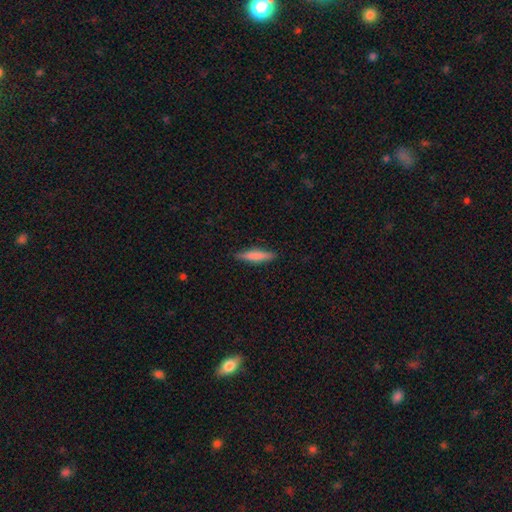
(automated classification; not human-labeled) Smooth or featured? Predicted: smooth (p=0.73). How rounded? Predicted: cigar-shaped (p=0.82). Merging? Predicted: none (p=0.87).